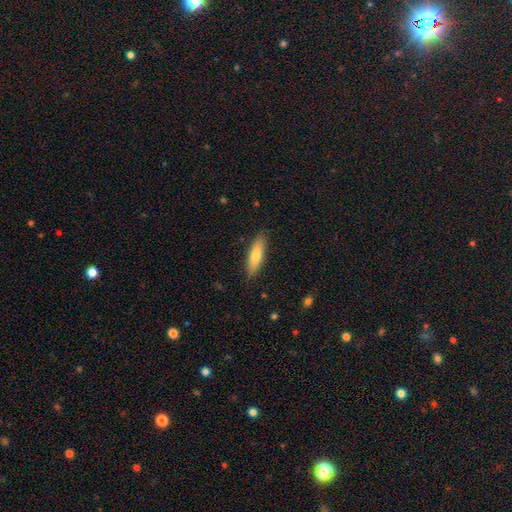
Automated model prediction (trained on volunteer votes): smooth 74%, featured or disk 20%, star or artifact 6%. Down the decision tree: how rounded — cigar-shaped (61%); merging — none (87%).